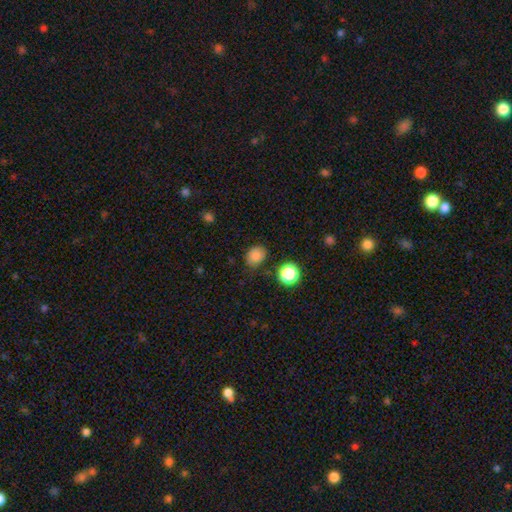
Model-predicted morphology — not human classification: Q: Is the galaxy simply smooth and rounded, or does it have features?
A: smooth — 83%.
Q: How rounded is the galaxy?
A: round — 50%.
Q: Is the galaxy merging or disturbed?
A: none — 75%.